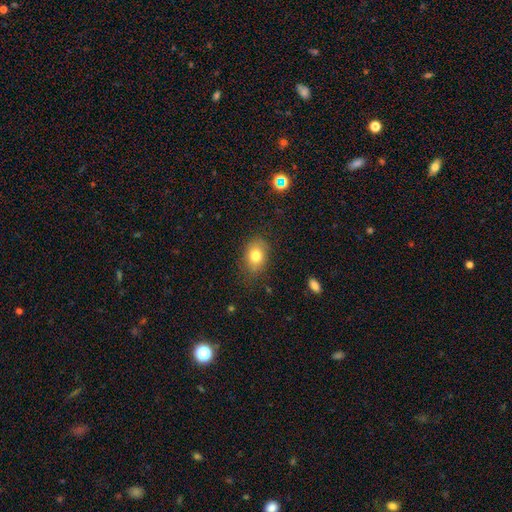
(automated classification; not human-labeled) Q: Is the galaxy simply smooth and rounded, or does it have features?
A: smooth — 80%.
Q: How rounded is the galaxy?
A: in between — 71%.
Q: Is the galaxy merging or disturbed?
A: none — 78%.